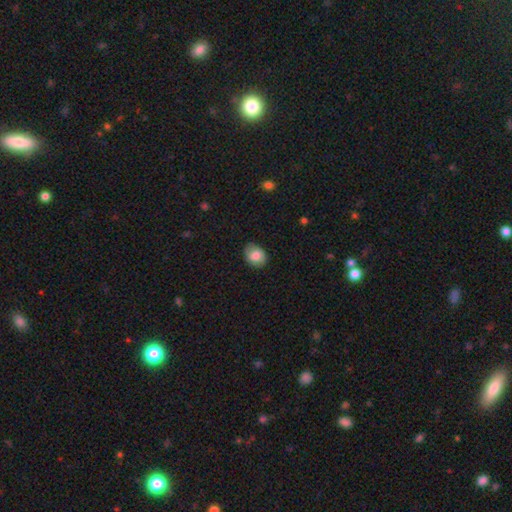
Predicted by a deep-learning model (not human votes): smooth 79%, featured or disk 13%, star or artifact 7%. Down the decision tree: how rounded — in between (62%); merging — none (77%).